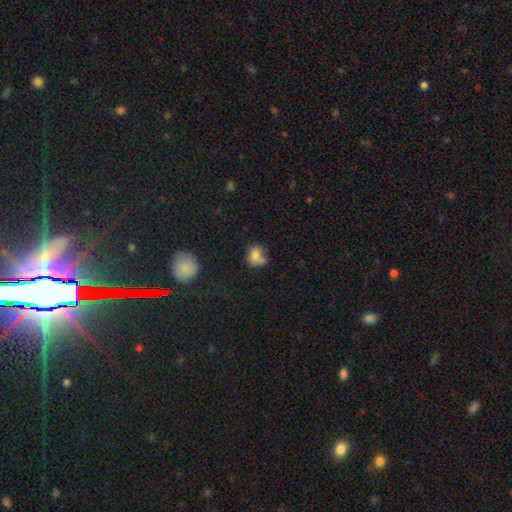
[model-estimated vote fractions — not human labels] A smooth galaxy with no disk features (79%) that is round (57%).

Vote fractions:
- Smooth or featured? smooth: 79% / star or artifact: 11% / featured or disk: 10%
- How rounded? round: 57% / in between: 42% / cigar-shaped: 1%
- Merging? none: 42% / minor disturbance: 23% / merger: 23% / major disturbance: 11%